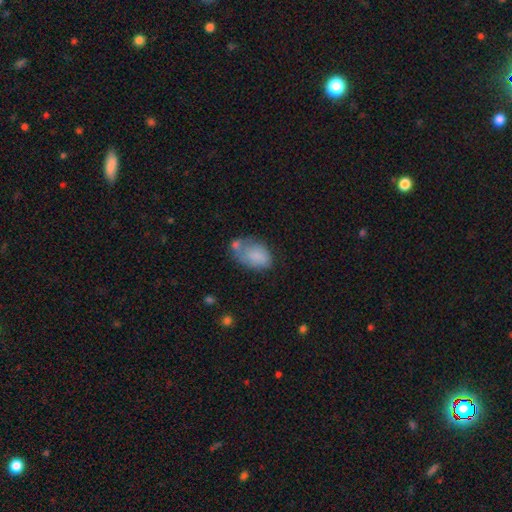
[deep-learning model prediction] Smooth or featured?
  - smooth: 75% *
  - featured or disk: 17%
  - star or artifact: 8%
How rounded?
  - in between: 87% *
  - round: 11%
  - cigar-shaped: 1%
Merging?
  - none: 35% *
  - minor disturbance: 27%
  - merger: 21%
  - major disturbance: 17%